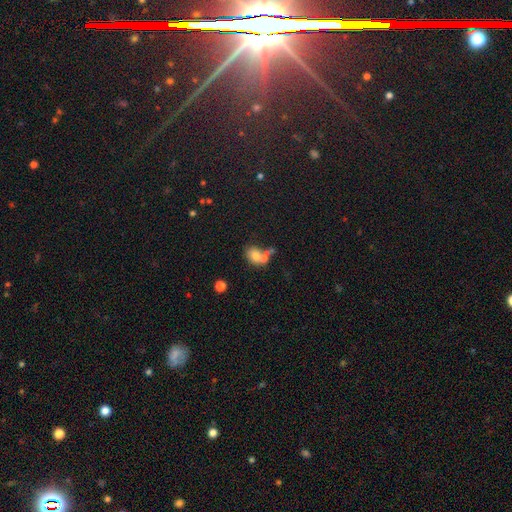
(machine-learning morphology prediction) This appears to be a smooth galaxy with no disk features (69%) that is in between round and cigar-shaped (52%). Merging: merger (51%).